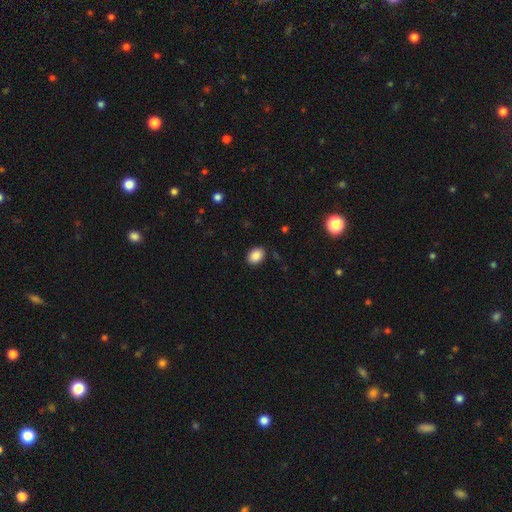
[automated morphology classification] smooth-or-featured: smooth: 88% | star or artifact: 8% | featured or disk: 4%
  how-rounded: in between: 73% | round: 26% | cigar-shaped: 1%
  merging: none: 87% | minor disturbance: 9% | major disturbance: 2% | merger: 1%